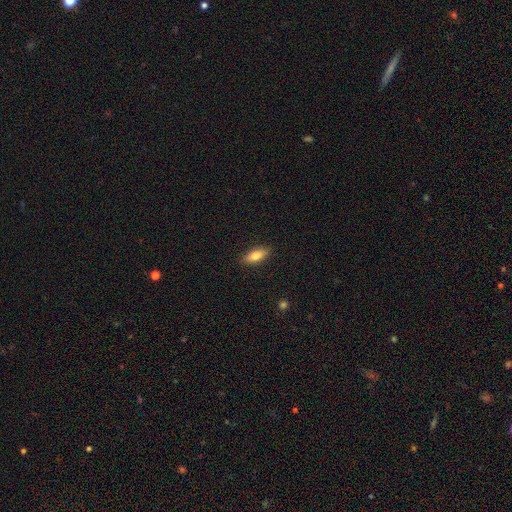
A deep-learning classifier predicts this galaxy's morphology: This is likely a smooth galaxy (77%). How rounded: likely in between (72%). Merging: clearly none (89%).